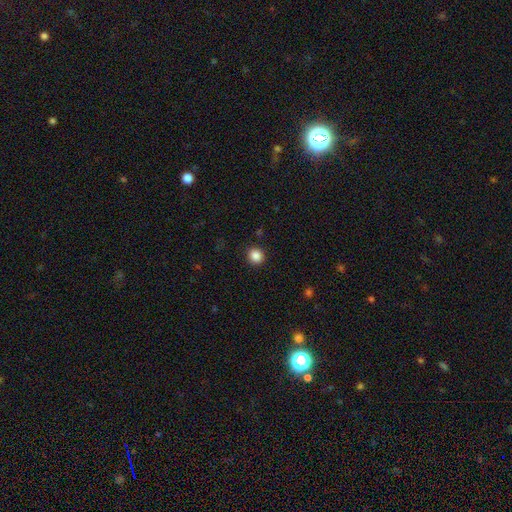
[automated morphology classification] Smooth or featured? smooth (86%)
How rounded? round (91%)
Merging? none (92%)